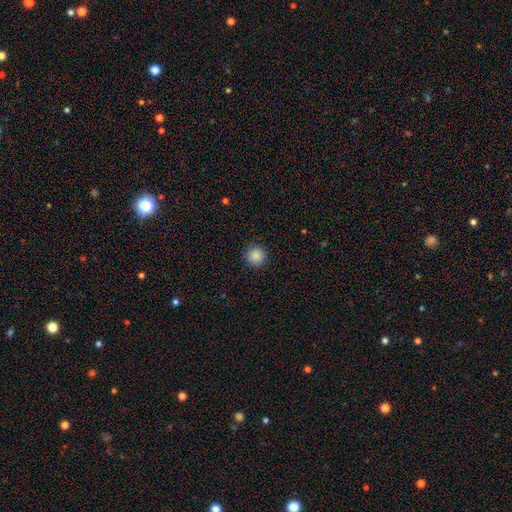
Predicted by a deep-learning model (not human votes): Smooth or featured?
  - smooth: 87% *
  - star or artifact: 10%
  - featured or disk: 3%
How rounded?
  - round: 95% *
  - in between: 4%
  - cigar-shaped: 1%
Merging?
  - none: 90% *
  - minor disturbance: 7%
  - major disturbance: 2%
  - merger: 1%